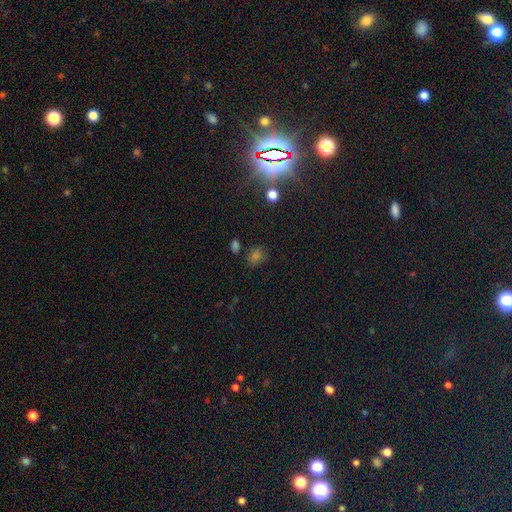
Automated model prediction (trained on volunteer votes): Smooth or featured: smooth — 46% (tied with star or artifact — 46%)
Merging: none — 77% (minor disturbance — 12%)